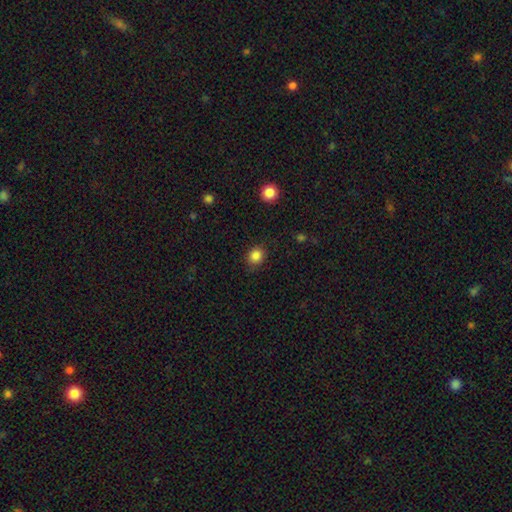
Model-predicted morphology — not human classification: Smooth or featured: smooth — 85% (star or artifact — 11%)
How rounded: round — 71% (in between — 28%)
Merging: none — 85% (minor disturbance — 11%)